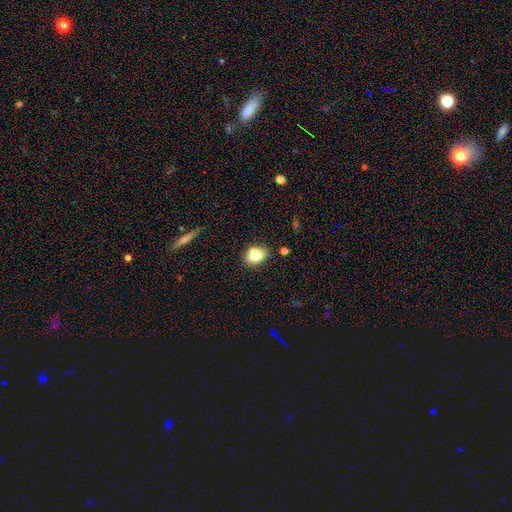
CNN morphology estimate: smooth-or-featured: smooth: 73% | featured or disk: 17% | star or artifact: 11%
  how-rounded: in between: 63% | round: 35% | cigar-shaped: 2%
  merging: none: 57% | merger: 24% | minor disturbance: 15% | major disturbance: 4%